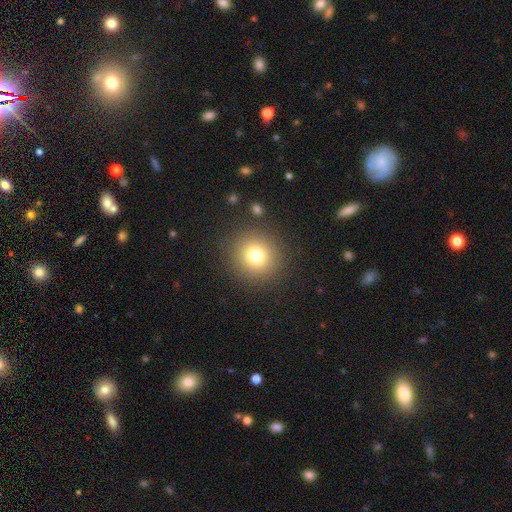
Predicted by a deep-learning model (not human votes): This appears to be a smooth galaxy with no disk features (77%) that is round (93%). Merging: none (88%).